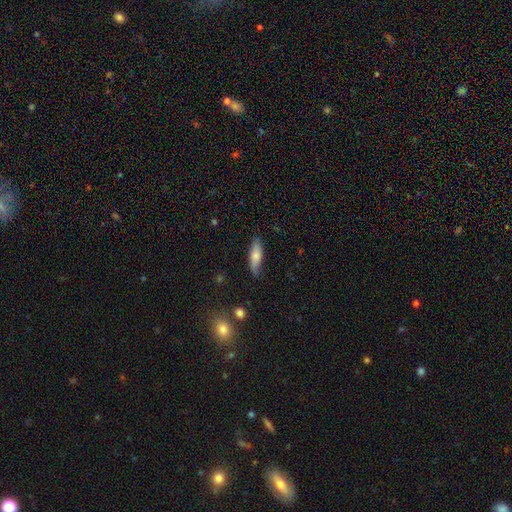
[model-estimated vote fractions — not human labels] smooth-or-featured: smooth: 73% | featured or disk: 20% | star or artifact: 6%
  how-rounded: in between: 49% (tied) | cigar-shaped: 49% (tied) | round: 2%
  merging: none: 77% | minor disturbance: 18% | major disturbance: 3% | merger: 2%